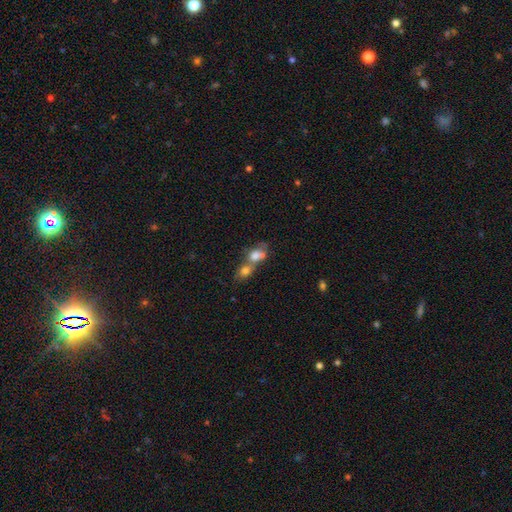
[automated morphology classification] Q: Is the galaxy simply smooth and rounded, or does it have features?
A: smooth — 72%.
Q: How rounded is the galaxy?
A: in between — 50%.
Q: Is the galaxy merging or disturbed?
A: merger — 72%.